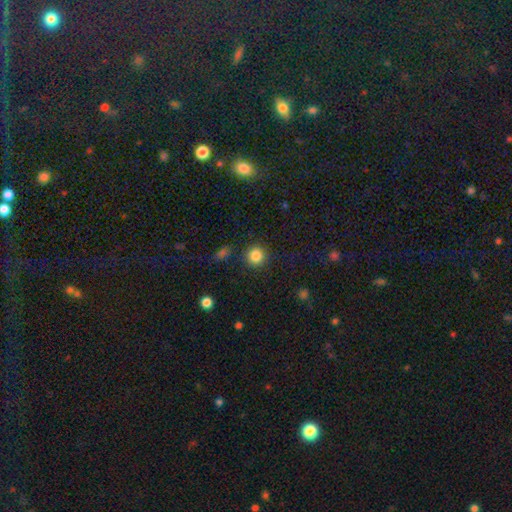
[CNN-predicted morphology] Overall: smooth (85%). How rounded: round (93%). Merging: none (88%).